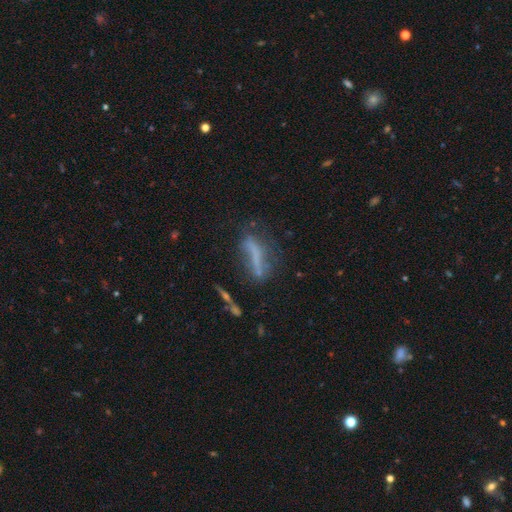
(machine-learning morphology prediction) Smooth or featured: smooth — 44% (featured or disk — 41%)
Merging: none — 43% (minor disturbance — 24%)